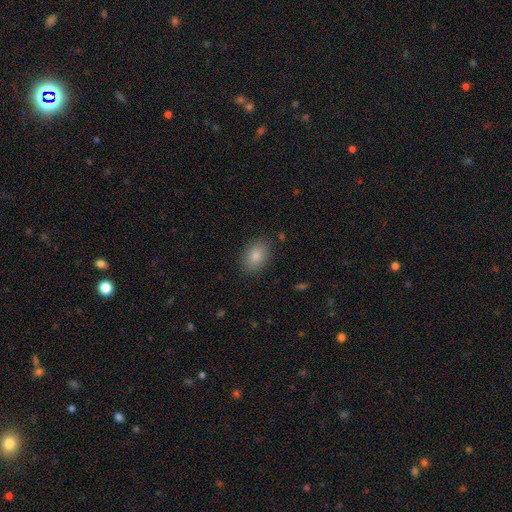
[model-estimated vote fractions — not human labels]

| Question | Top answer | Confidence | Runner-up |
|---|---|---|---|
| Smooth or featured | smooth | 85% | star or artifact (8%) |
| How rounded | in between | 82% | round (17%) |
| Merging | none | 85% | minor disturbance (10%) |